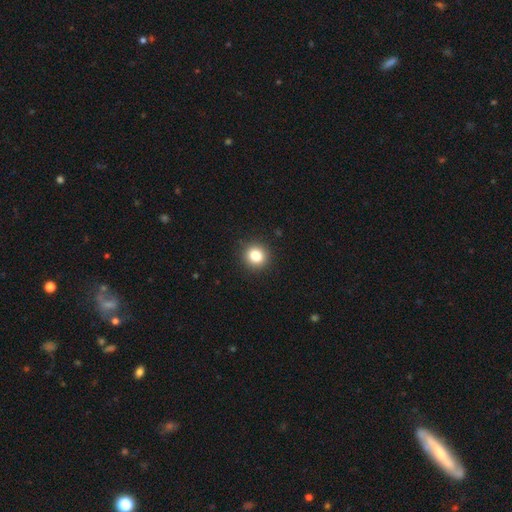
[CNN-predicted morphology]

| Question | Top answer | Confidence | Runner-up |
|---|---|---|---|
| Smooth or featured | smooth | 83% | star or artifact (11%) |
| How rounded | round | 89% | in between (10%) |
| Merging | none | 92% | minor disturbance (6%) |